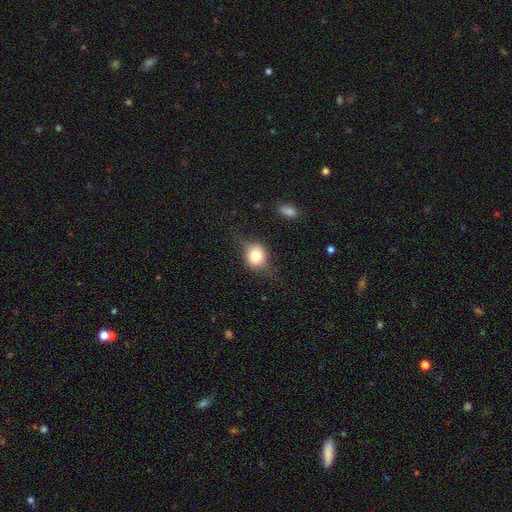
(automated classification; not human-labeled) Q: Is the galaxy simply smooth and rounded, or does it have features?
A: smooth — 65%.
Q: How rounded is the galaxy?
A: round — 67%.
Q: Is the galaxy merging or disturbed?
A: none — 64%.